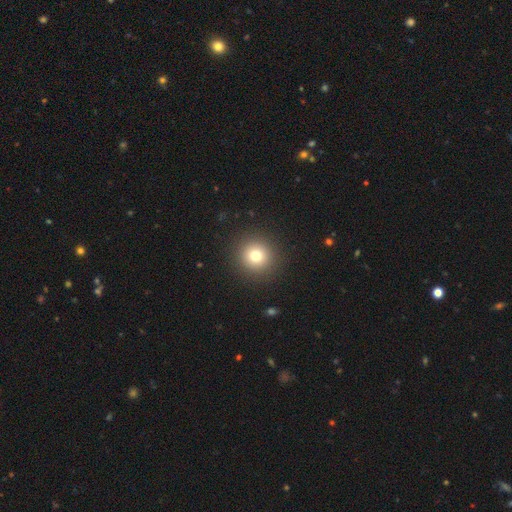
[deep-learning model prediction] Smooth or featured? Predicted: smooth (p=0.78). How rounded? Predicted: round (p=0.94). Merging? Predicted: none (p=0.92).